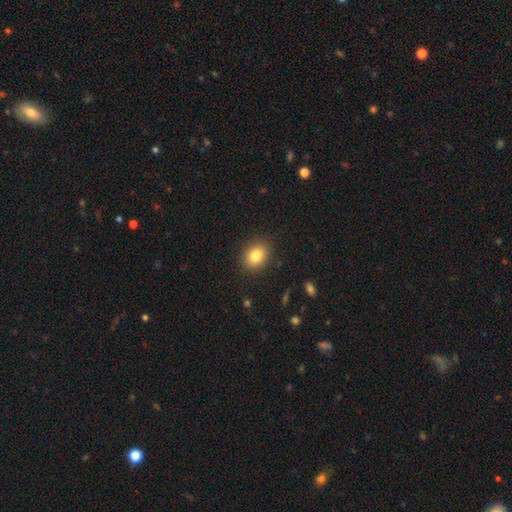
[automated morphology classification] type=smooth (83%); roundness=in between (59%); merging=none (88%).